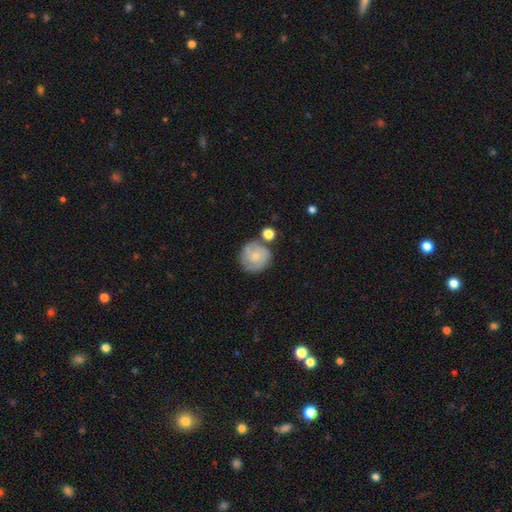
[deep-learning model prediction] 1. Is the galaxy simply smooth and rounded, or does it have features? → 57% featured or disk, 36% smooth, 7% star or artifact.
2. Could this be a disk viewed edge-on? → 98% no, 2% yes.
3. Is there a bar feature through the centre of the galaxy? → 73% no, 23% weak, 3% strong.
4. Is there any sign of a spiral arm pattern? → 87% yes, 13% no.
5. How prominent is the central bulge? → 56% small, 26% moderate, 13% none, 3% large, 1% dominant.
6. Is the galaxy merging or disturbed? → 69% none, 15% minor disturbance, 10% merger, 5% major disturbance.